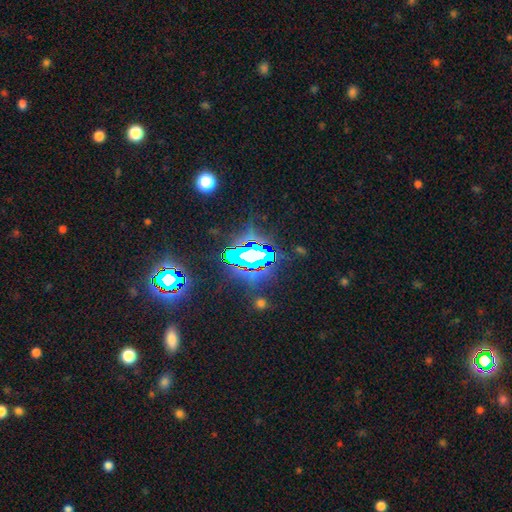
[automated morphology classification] Smooth or featured?
  - star or artifact: 80% *
  - smooth: 10%
  - featured or disk: 10%